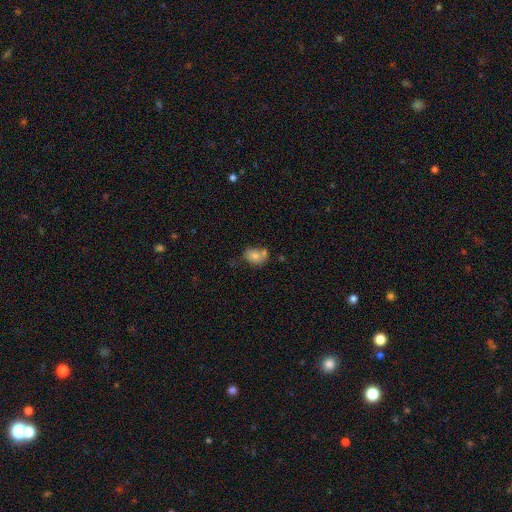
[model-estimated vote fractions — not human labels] The model was most divided on "merging": none: 39%, merger: 32%, minor disturbance: 20%, major disturbance: 9%. More confident: smooth or featured — smooth (75%); how rounded — in between (64%).